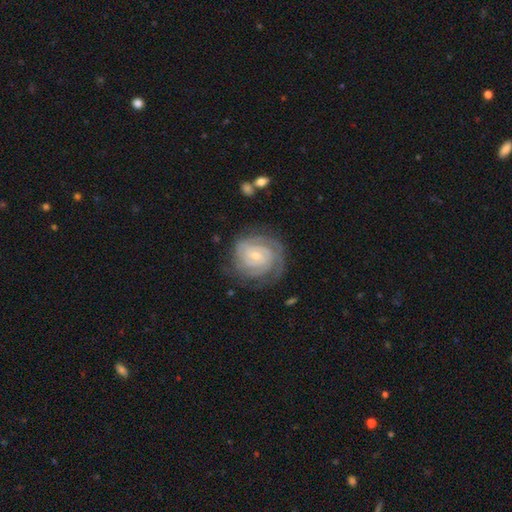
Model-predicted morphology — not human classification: A featured or disk galaxy (89%) with no bar (56%), 2 (27%) tight (82%) spiral arms (98%) and a small central bulge (70%).

Vote fractions:
- Smooth or featured? featured or disk: 89% / smooth: 7% / star or artifact: 5%
- Edge-on disk? no: 98% / yes: 2%
- Bar? no: 56% / weak: 34% / strong: 10%
- Spiral arms? yes: 98% / no: 2%
- Spiral winding? tight: 82% / medium: 15% / loose: 3%
- Spiral arm count? 2: 27% / 3: 26% / can't tell: 23% / 4: 13% / more than 4: 6% / 1: 6%
- Bulge size? small: 70% / moderate: 26% / none: 1% / large: 1% / dominant: 1%
- Merging? none: 77% / minor disturbance: 15% / major disturbance: 6% / merger: 2%